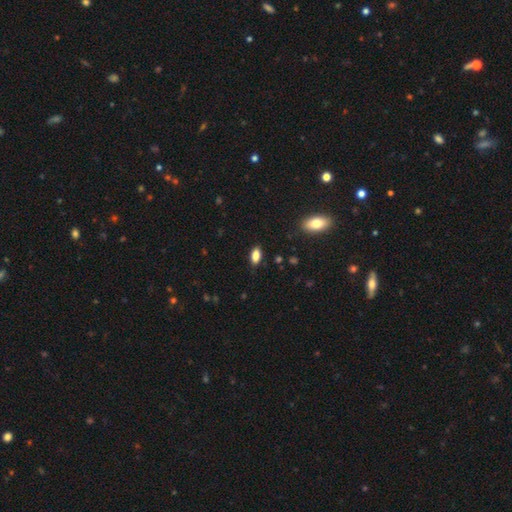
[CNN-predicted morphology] Smooth or featured: smooth — 85% (star or artifact — 8%)
How rounded: in between — 87% (cigar-shaped — 9%)
Merging: none — 85% (minor disturbance — 11%)